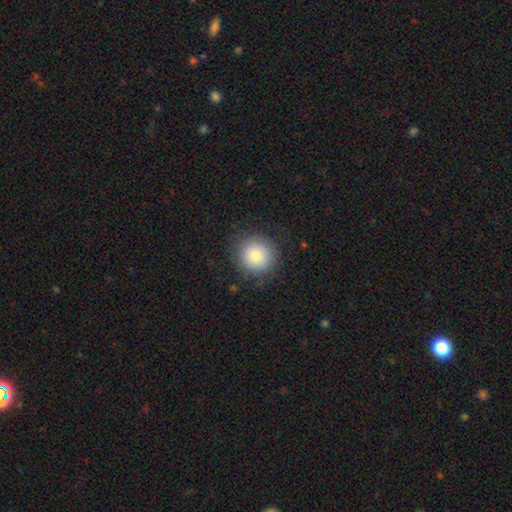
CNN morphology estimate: smooth 83%, star or artifact 9%, featured or disk 8%. Down the decision tree: how rounded — round (94%); merging — none (85%).